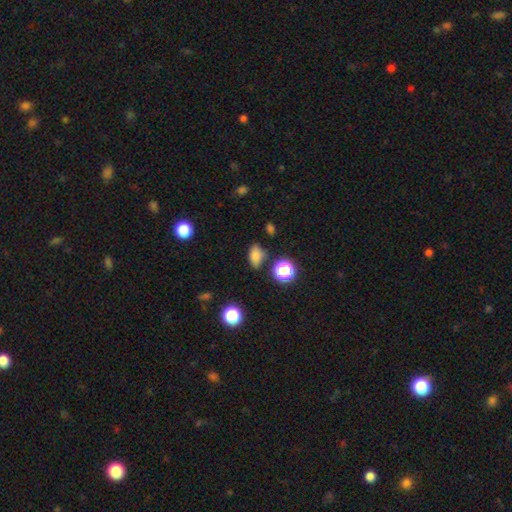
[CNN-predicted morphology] smooth_or_featured: smooth (p=0.77) [alt: star or artifact p=0.16]
how_rounded: in between (p=0.79) [alt: round p=0.19]
merging: none (p=0.75) [alt: minor disturbance p=0.17]